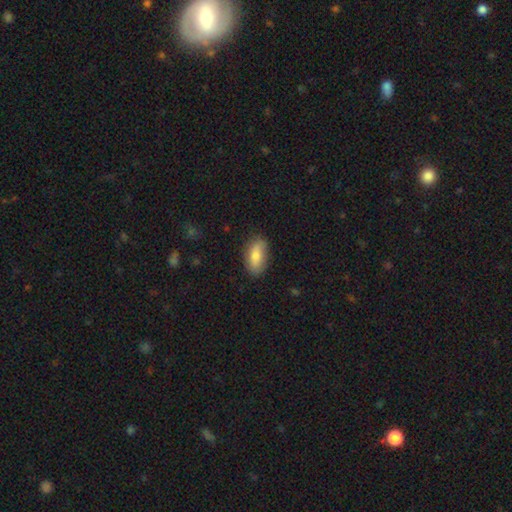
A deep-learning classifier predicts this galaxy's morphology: type=smooth (77%); roundness=in between (89%); merging=none (79%).